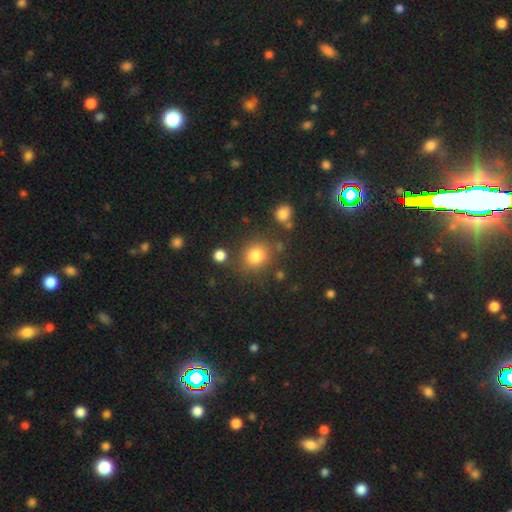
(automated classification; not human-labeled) Smooth or featured? Predicted: smooth (p=0.82). How rounded? Predicted: round (p=0.83). Merging? Predicted: none (p=0.79).